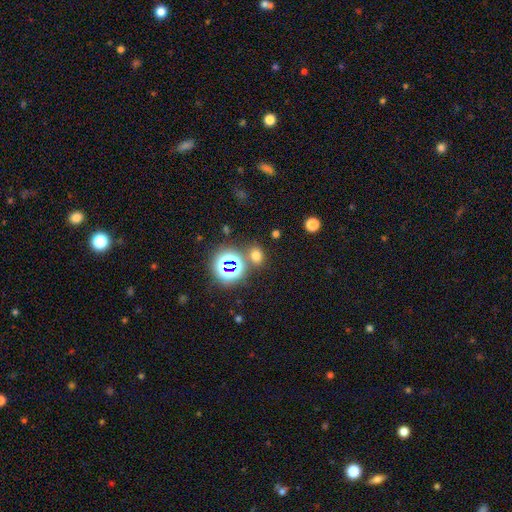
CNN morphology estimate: Overall: smooth (63%; star or artifact 30%). How rounded: round (51%; in between 47%). Merging: none (76%).